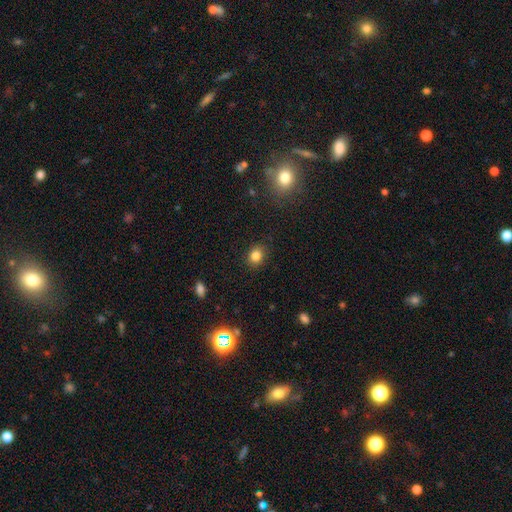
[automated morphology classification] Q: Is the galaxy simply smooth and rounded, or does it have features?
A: smooth — 83%.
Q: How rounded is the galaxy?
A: round — 63%.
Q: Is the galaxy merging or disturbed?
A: none — 86%.